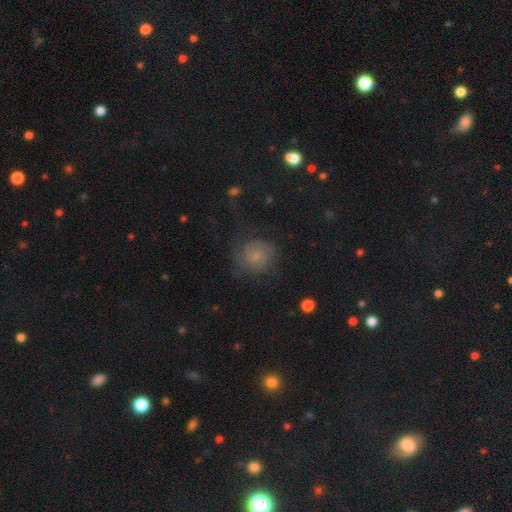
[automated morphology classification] Smooth or featured: smooth — 47% (featured or disk — 40%)
Merging: none — 62% (minor disturbance — 22%)